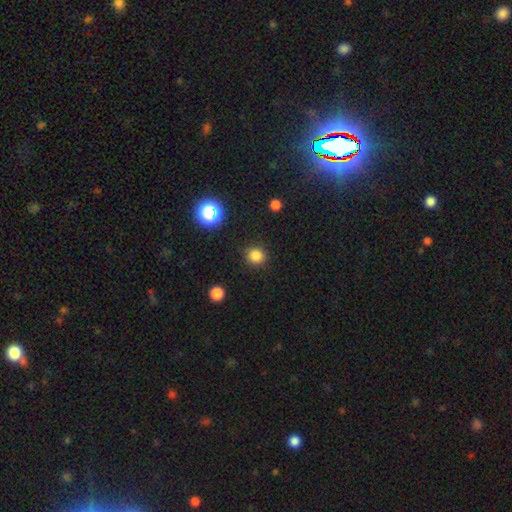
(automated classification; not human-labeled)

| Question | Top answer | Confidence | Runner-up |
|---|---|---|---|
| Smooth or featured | smooth | 81% | star or artifact (15%) |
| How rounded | round | 91% | in between (8%) |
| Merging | none | 90% | minor disturbance (6%) |